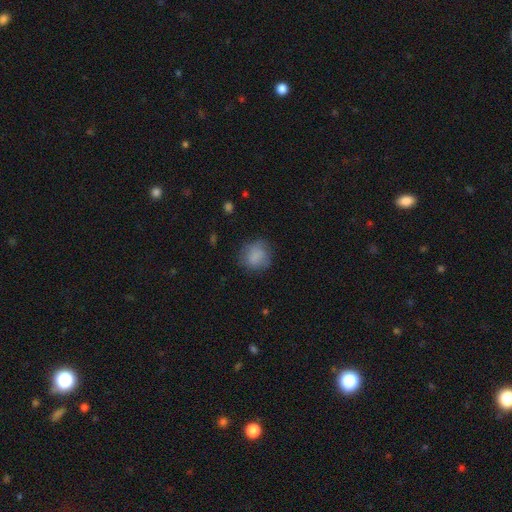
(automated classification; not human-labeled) A smooth galaxy with no disk features (81%) that is round (82%). Merging: none (71%).